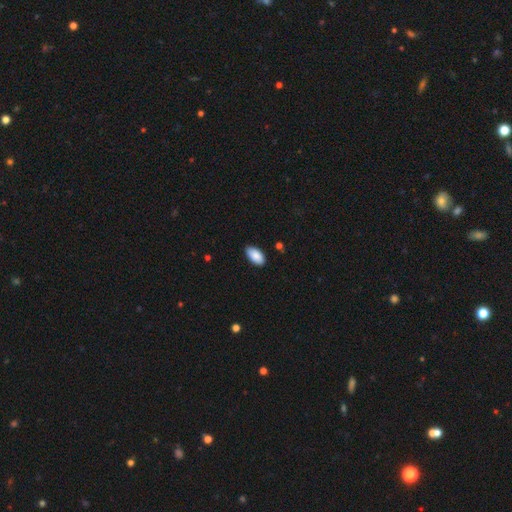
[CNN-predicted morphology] Overall: smooth (89%). How rounded: in between (95%). Merging: none (84%).